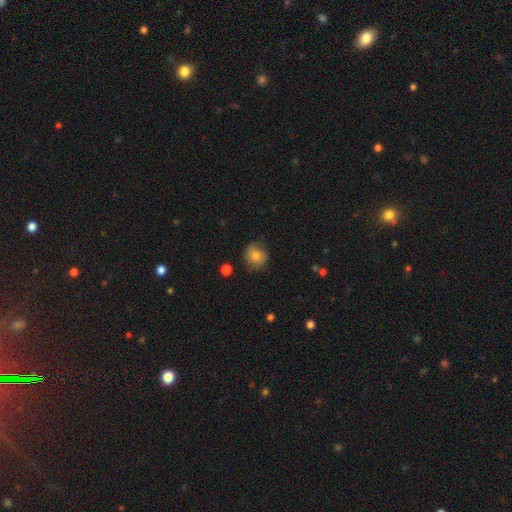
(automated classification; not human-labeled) Smooth or featured? smooth (77%)
How rounded? round (83%)
Merging? none (74%)